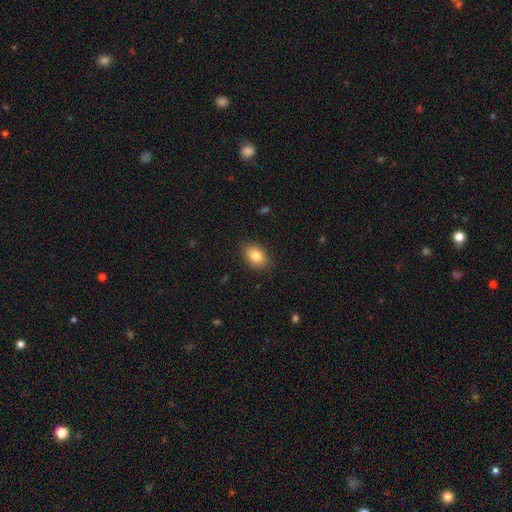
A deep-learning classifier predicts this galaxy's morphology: A smooth galaxy with no disk features (84%) that is in between round and cigar-shaped (83%).

Vote fractions:
- Smooth or featured? smooth: 84% / star or artifact: 8% / featured or disk: 8%
- How rounded? in between: 83% / round: 16% / cigar-shaped: 1%
- Merging? none: 86% / minor disturbance: 11% / major disturbance: 2% / merger: 1%